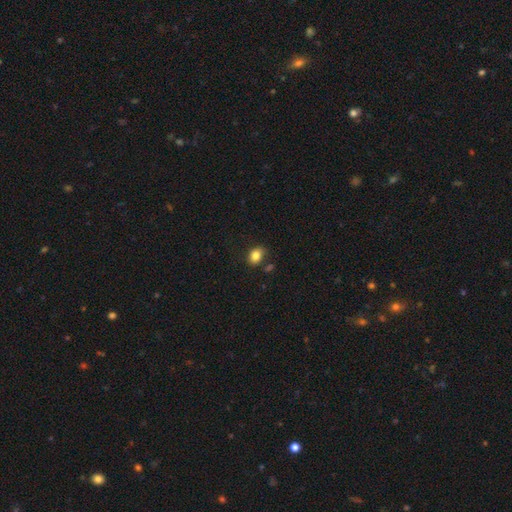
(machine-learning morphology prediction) The model was most divided on "how rounded": in between: 65%, round: 34%, cigar-shaped: 1%. More confident: smooth or featured — smooth (84%); merging — none (77%).